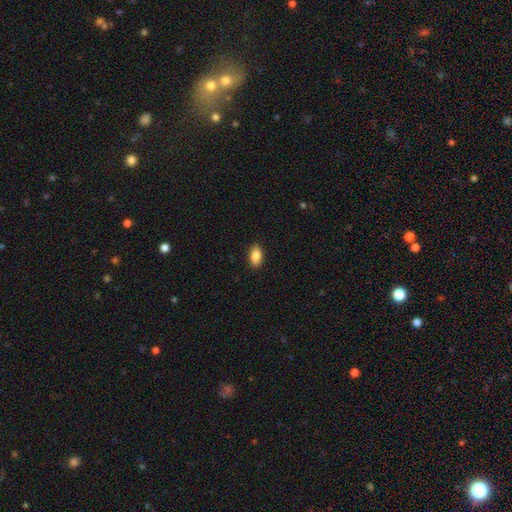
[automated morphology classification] smooth-or-featured: smooth: 87% | star or artifact: 7% | featured or disk: 6%
  how-rounded: in between: 91% | round: 5% | cigar-shaped: 4%
  merging: none: 89% | minor disturbance: 8% | major disturbance: 2% | merger: 1%